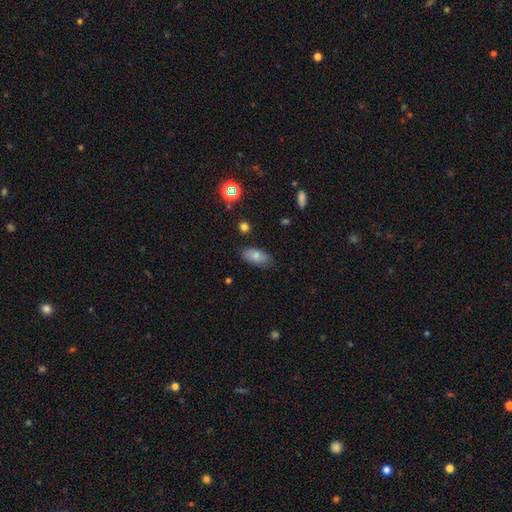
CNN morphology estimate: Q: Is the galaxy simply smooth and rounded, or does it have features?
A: smooth — 78%.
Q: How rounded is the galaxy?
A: in between — 88%.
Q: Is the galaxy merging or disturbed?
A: none — 78%.